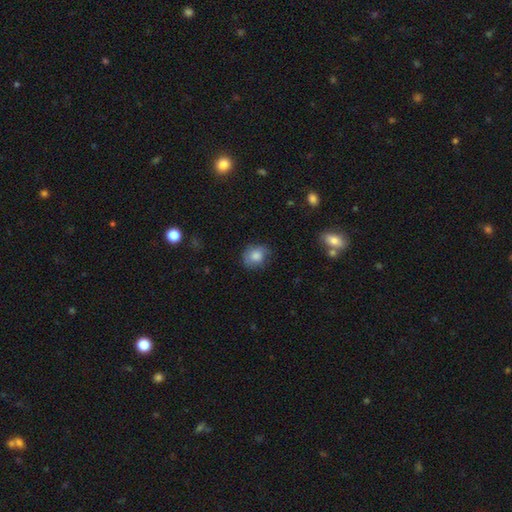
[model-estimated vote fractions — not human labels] The model was most divided on "how rounded": round: 62%, in between: 37%, cigar-shaped: 1%. More confident: smooth or featured — smooth (80%); merging — none (68%).